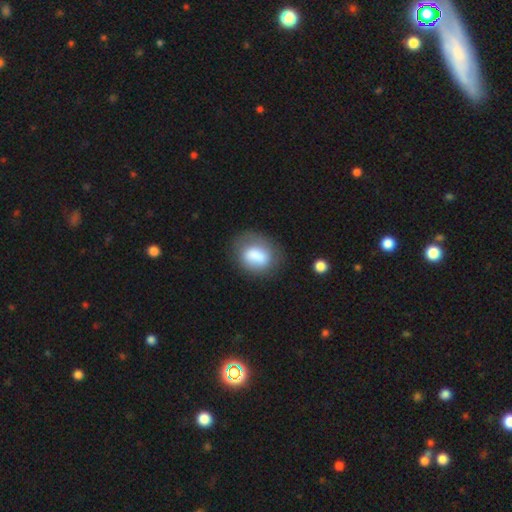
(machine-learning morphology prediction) Q: Smooth or featured?
A: smooth (77%); runner-up: featured or disk (14%)
Q: How rounded?
A: in between (58%); runner-up: round (41%)
Q: Merging?
A: none (61%); runner-up: minor disturbance (24%)